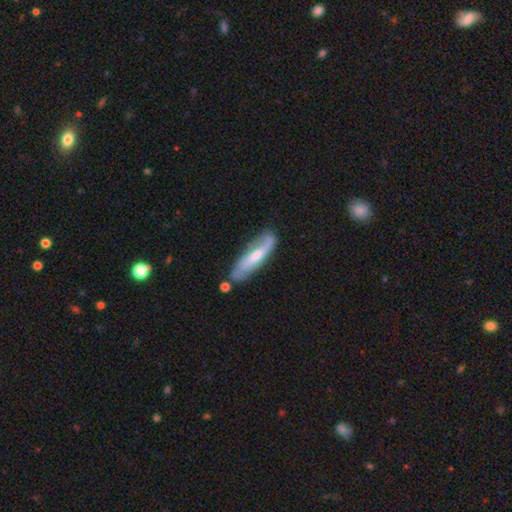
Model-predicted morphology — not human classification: Smooth or featured: featured or disk — 58% (smooth — 36%)
Edge-on disk: no — 68% (yes — 32%)
Merging: none — 67% (minor disturbance — 21%)